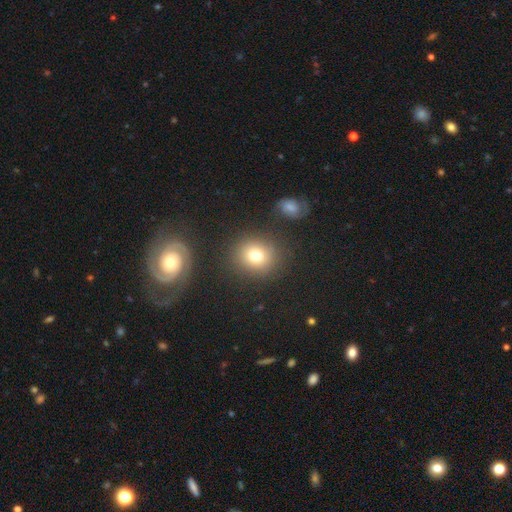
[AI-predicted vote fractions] A smooth galaxy with no disk features (76%) that is round (80%). Merging: none (84%).